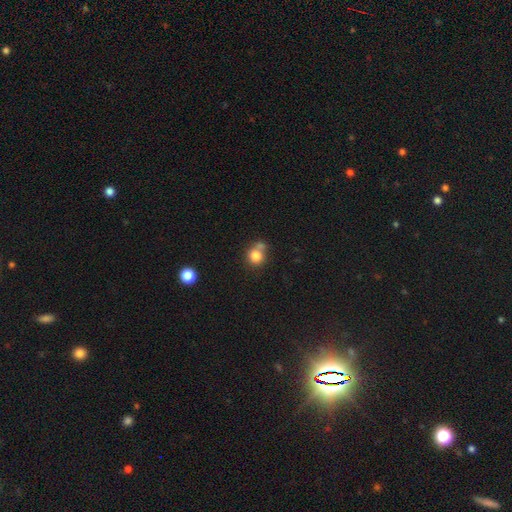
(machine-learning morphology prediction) type=smooth (81%); roundness=round (85%); merging=none (49%).